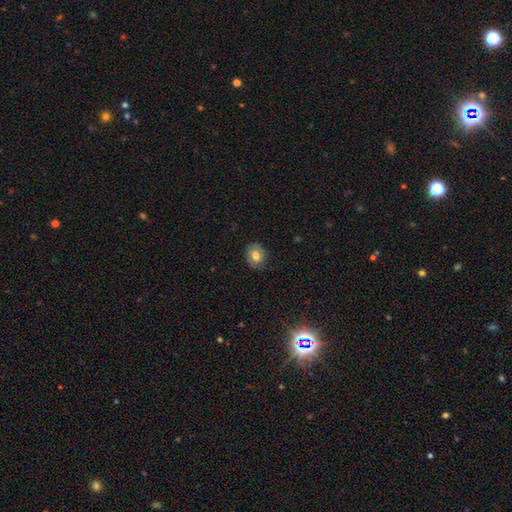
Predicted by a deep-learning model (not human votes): Morphology: type=smooth (68%); roundness=in between (51%); merging=none (84%).